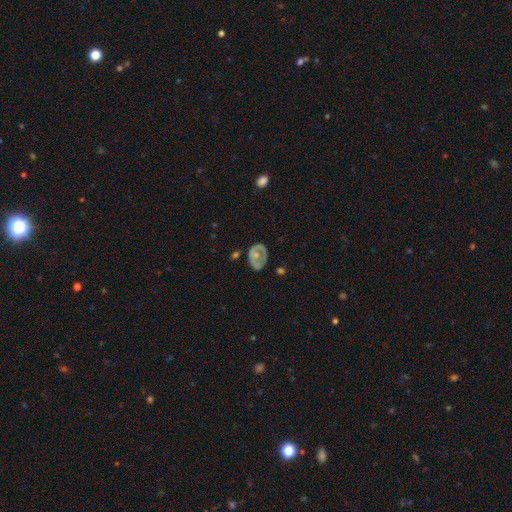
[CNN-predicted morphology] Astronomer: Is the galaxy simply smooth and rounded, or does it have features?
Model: featured or disk — 52% (runner-up: smooth, 41%).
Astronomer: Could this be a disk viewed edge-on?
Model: no — 94%.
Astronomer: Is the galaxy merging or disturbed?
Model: none — 66%.